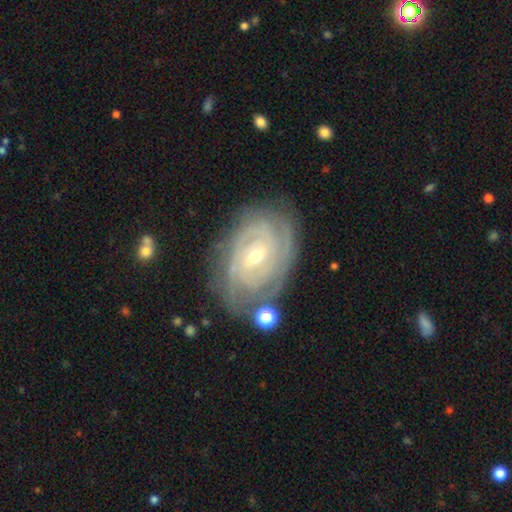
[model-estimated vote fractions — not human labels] smooth_or_featured: featured or disk (p=0.89) [alt: smooth p=0.06]
disk_edge_on: no (p=0.96) [alt: yes p=0.04]
bar: weak (p=0.49) [alt: no p=0.31]
has_spiral_arms: yes (p=0.97) [alt: no p=0.03]
spiral_winding: tight (p=0.80) [alt: medium p=0.17]
spiral_arm_count: can't tell (p=0.27) [alt: 3 p=0.25]
bulge_size: small (p=0.55) [alt: moderate p=0.43]
merging: none (p=0.74) [alt: minor disturbance p=0.17]